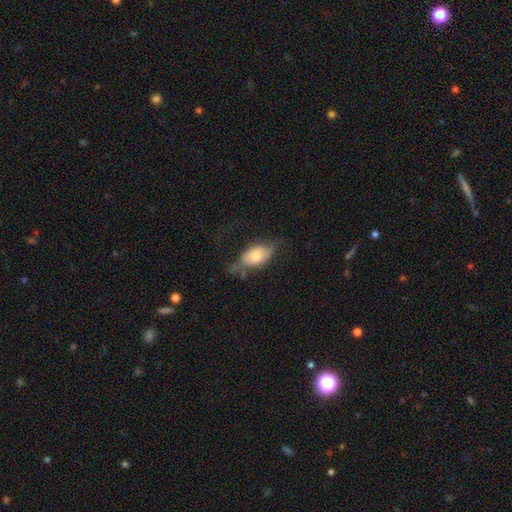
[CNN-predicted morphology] smooth-or-featured: smooth: 62% | featured or disk: 32% | star or artifact: 7%
  how-rounded: in between: 86% | cigar-shaped: 7% | round: 7%
  merging: none: 41% | minor disturbance: 31% | major disturbance: 23% | merger: 5%